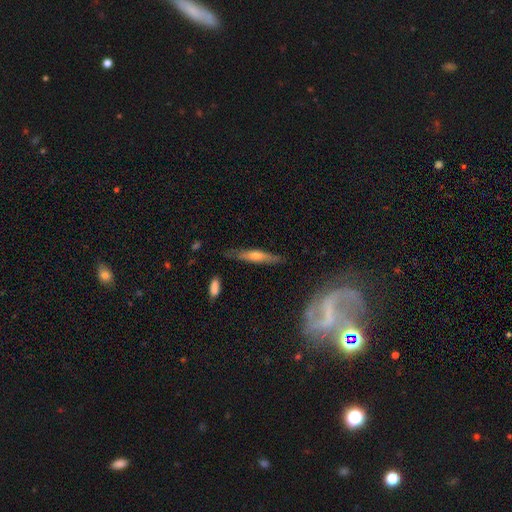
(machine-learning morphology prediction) type=featured or disk (62%); edge-on=yes (87%); edge-on bulge=rounded (78%); merging=none (81%).